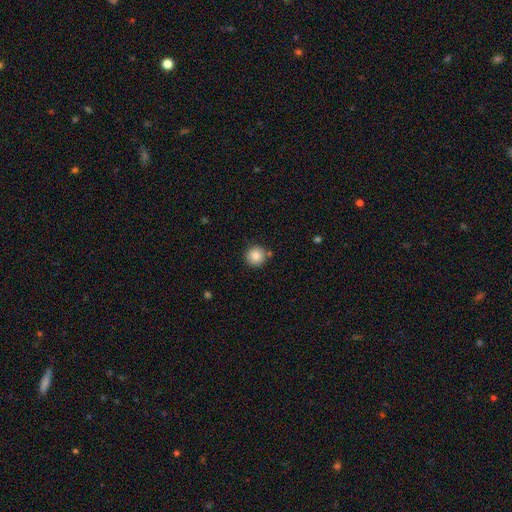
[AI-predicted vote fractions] The model was most divided on "smooth or featured": smooth: 84%, star or artifact: 9%, featured or disk: 6%. More confident: how rounded — round (95%); merging — none (86%).